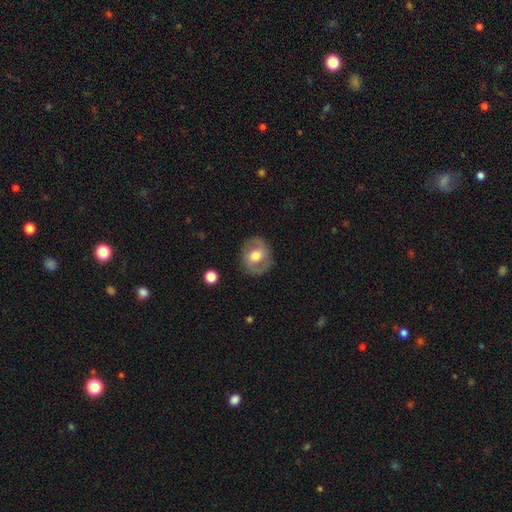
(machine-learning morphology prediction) type=featured or disk (57%); edge-on=no (96%); bar=no (47%); spiral arms=yes (68%); bulge=moderate (72%); merging=none (82%).